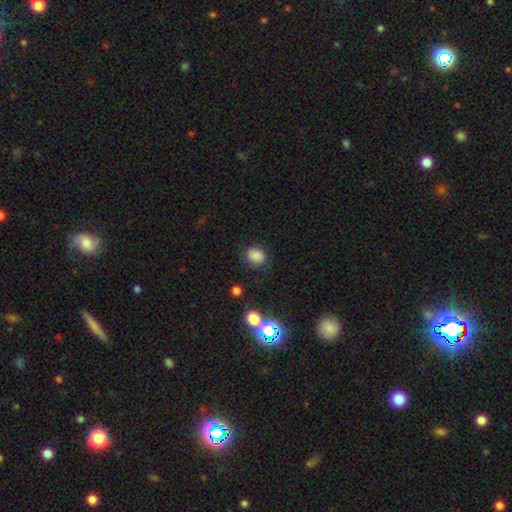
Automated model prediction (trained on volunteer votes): A smooth galaxy with no disk features (80%) that is round (59%).

Vote fractions:
- Smooth or featured? smooth: 80% / star or artifact: 13% / featured or disk: 7%
- How rounded? round: 59% / in between: 40% / cigar-shaped: 1%
- Merging? none: 76% / minor disturbance: 16% / major disturbance: 6% / merger: 2%